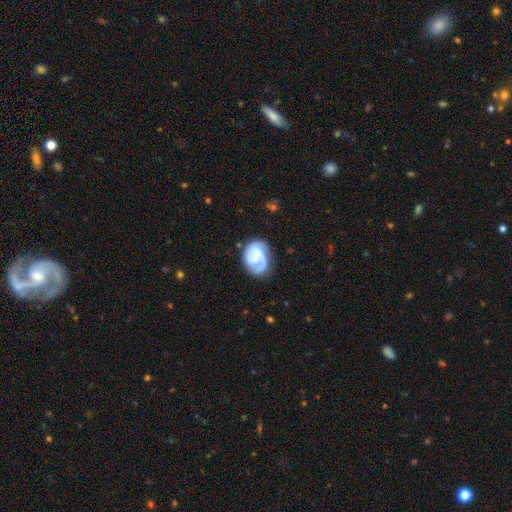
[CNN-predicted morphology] The model was most divided on "spiral winding": tight: 47%, medium: 38%, loose: 15%. Remaining: edge-on disk — no (98%); spiral arms — yes (94%); smooth or featured — featured or disk (73%); merging — none (65%); bar — no (60%); bulge size — none (44%); spiral arm count — 2 (40%).